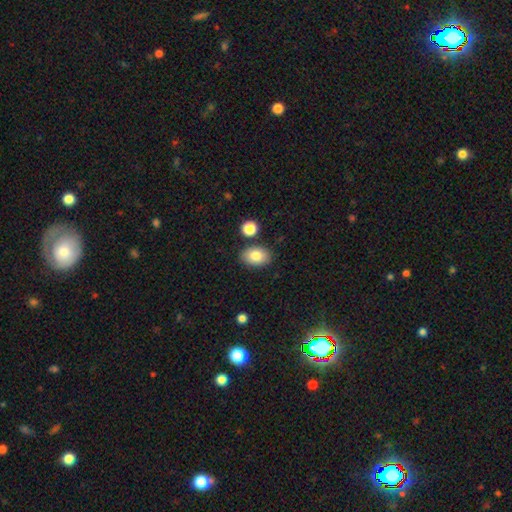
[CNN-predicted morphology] smooth-or-featured: smooth: 83% | featured or disk: 10% | star or artifact: 8%
  how-rounded: in between: 84% | round: 14% | cigar-shaped: 1%
  merging: none: 83% | minor disturbance: 9% | merger: 5% | major disturbance: 2%